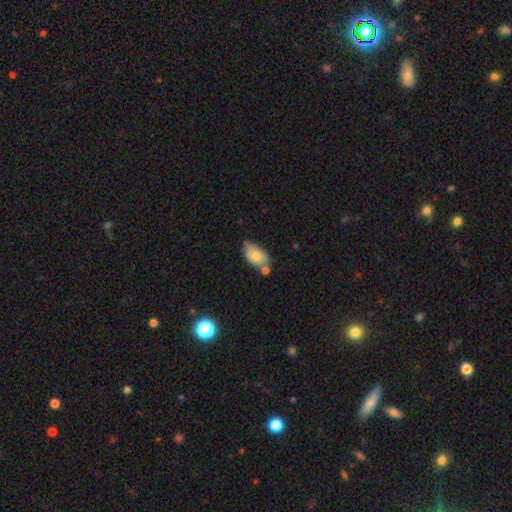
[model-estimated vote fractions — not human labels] Smooth or featured: smooth — 73% (featured or disk — 19%)
How rounded: in between — 91% (round — 6%)
Merging: none — 46% (minor disturbance — 28%)